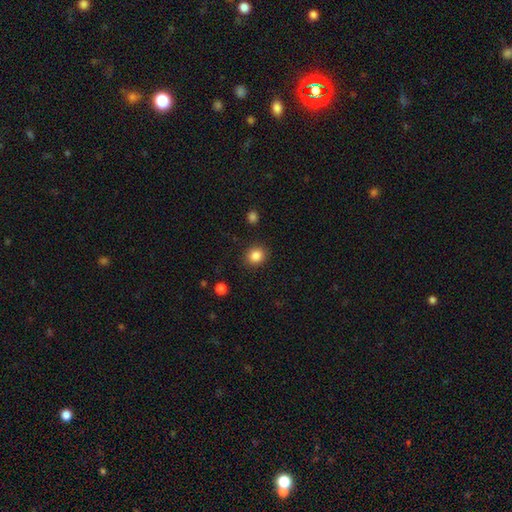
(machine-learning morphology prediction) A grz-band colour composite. It shows a smooth galaxy with no disk features (86%) that is round (76%). Merging: none (89%).